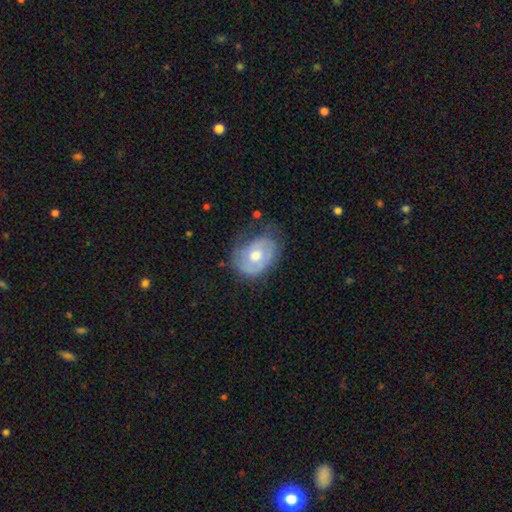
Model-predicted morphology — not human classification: Smooth or featured? Predicted: featured or disk (p=0.58). Edge-on disk? Predicted: no (p=0.95). Bar? Predicted: no (p=0.75). Spiral arms? Predicted: yes (p=0.67). Bulge size? Predicted: moderate (p=0.75). Merging? Predicted: none (p=0.56).